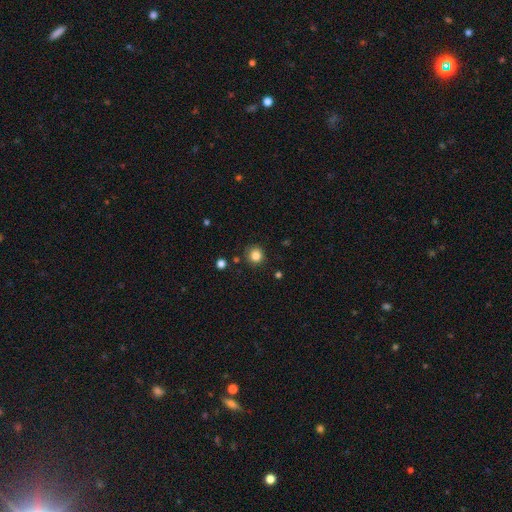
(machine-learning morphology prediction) smooth 83%, star or artifact 12%, featured or disk 5%. Down the decision tree: how rounded — round (92%); merging — none (87%).